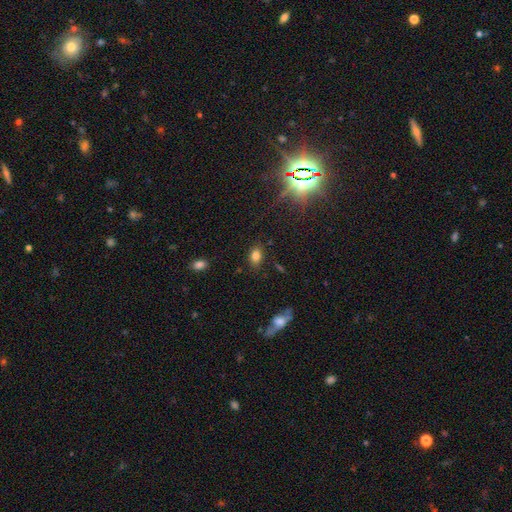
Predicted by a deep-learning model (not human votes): Overall: smooth (79%). How rounded: in between (79%). Merging: none (81%).